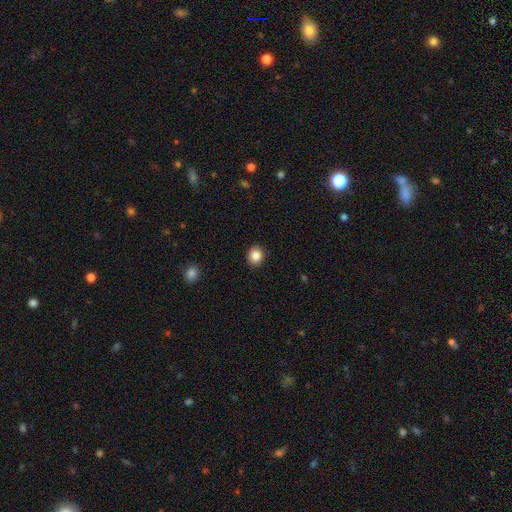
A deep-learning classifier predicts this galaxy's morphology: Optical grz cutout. It shows a smooth galaxy with no disk features (85%) that is round (81%). Merging: none (91%).